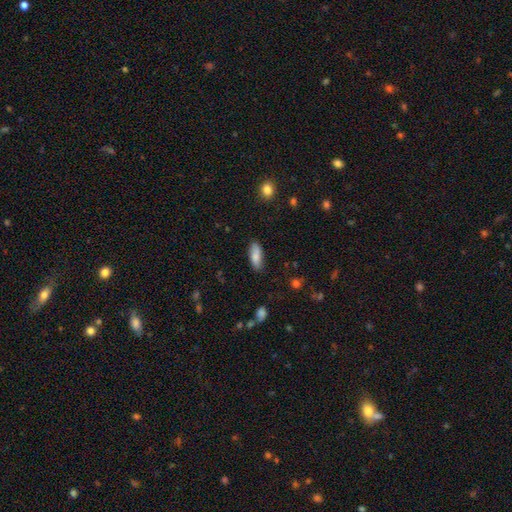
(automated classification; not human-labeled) This appears to be a smooth galaxy with no disk features (84%) that is in between round and cigar-shaped (75%). Merging: none (83%).